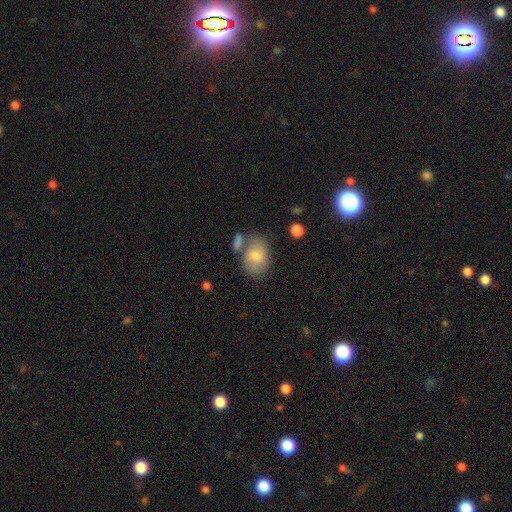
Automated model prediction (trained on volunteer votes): This appears to be a smooth galaxy with no disk features (68%) that is in between round and cigar-shaped (78%). Merging: none (56%).